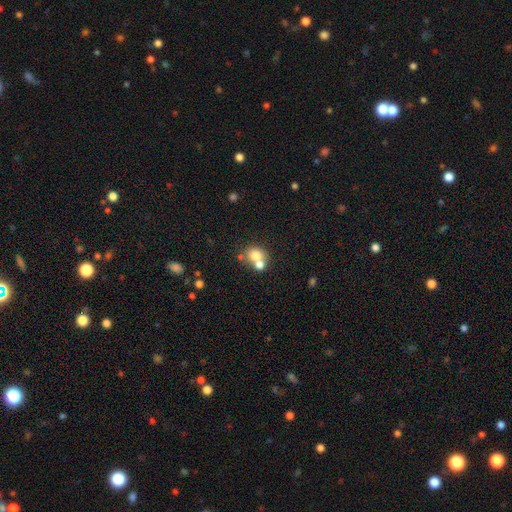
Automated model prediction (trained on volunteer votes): Smooth or featured? Predicted: smooth (p=0.72). How rounded? Predicted: round (p=0.71). Merging? Predicted: merger (p=0.50).